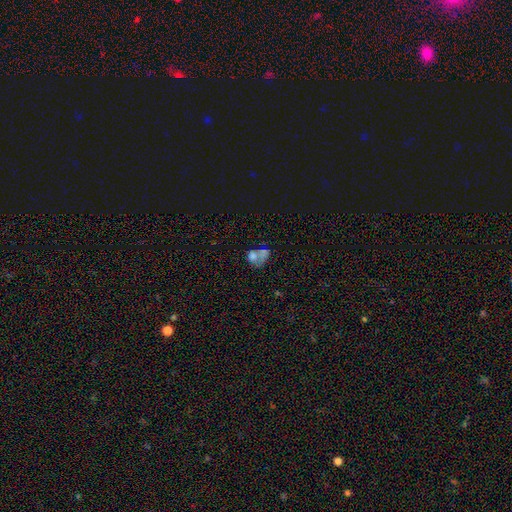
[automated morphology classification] A smooth galaxy with no disk features (58%) that is in between round and cigar-shaped (53%). Merging: merger (41%).